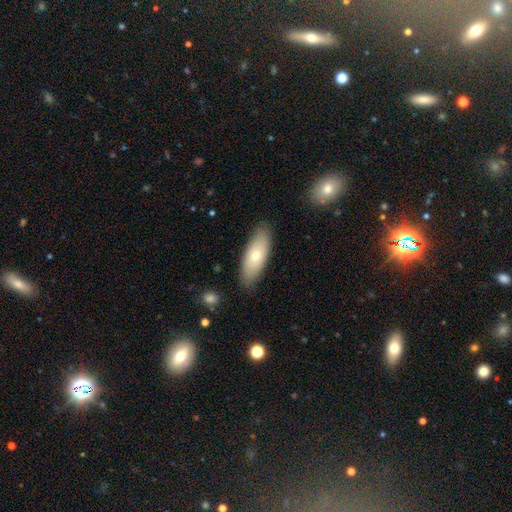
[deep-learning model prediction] A smooth galaxy with no disk features (68%) that is in between round and cigar-shaped (72%).

Vote fractions:
- Smooth or featured? smooth: 68% / featured or disk: 26% / star or artifact: 6%
- How rounded? in between: 72% / cigar-shaped: 25% / round: 2%
- Merging? none: 86% / minor disturbance: 10% / major disturbance: 2% / merger: 1%